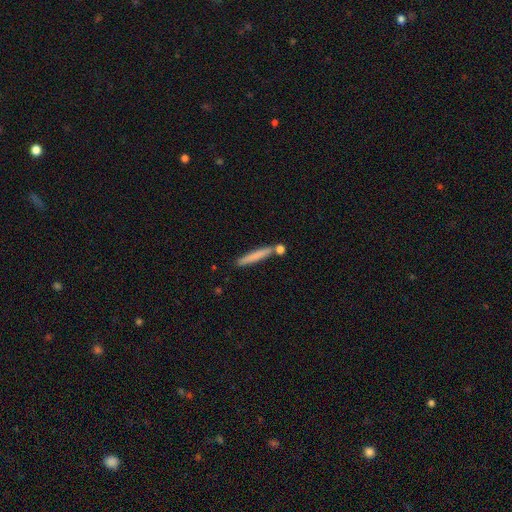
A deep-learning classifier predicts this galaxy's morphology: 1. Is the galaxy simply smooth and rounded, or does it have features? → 73% smooth, 21% featured or disk, 7% star or artifact.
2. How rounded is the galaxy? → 95% cigar-shaped, 4% in between, 2% round.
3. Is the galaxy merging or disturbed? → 76% none, 11% minor disturbance, 10% merger, 3% major disturbance.